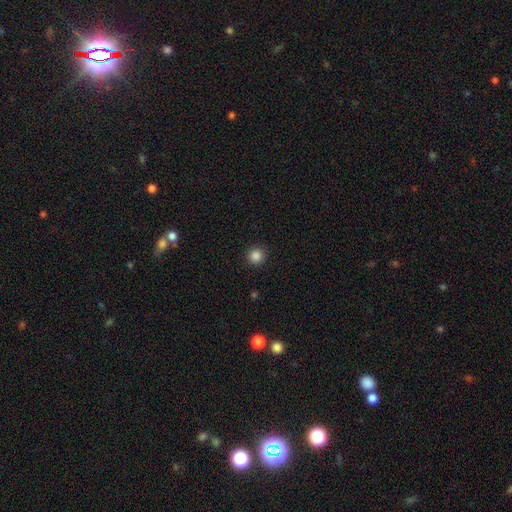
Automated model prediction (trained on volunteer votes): Smooth or featured: smooth — 86% (star or artifact — 11%)
How rounded: round — 94% (in between — 5%)
Merging: none — 92% (minor disturbance — 5%)